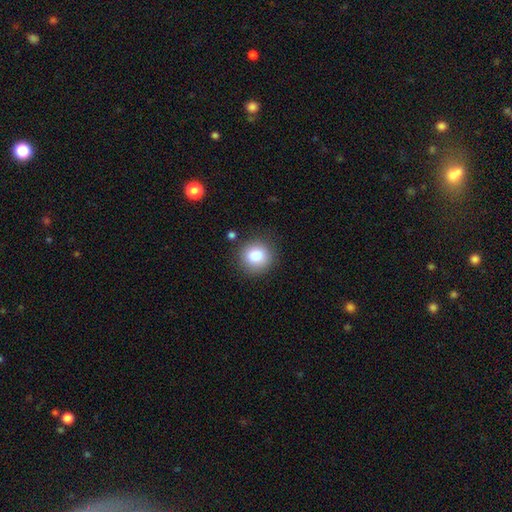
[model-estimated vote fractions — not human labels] A smooth galaxy with no disk features (84%) that is round (88%).

Vote fractions:
- Smooth or featured? smooth: 84% / star or artifact: 10% / featured or disk: 7%
- How rounded? round: 88% / in between: 11% / cigar-shaped: 1%
- Merging? none: 85% / minor disturbance: 9% / major disturbance: 3% / merger: 2%